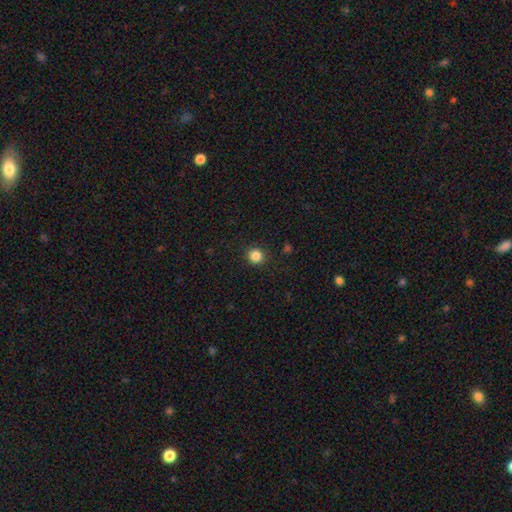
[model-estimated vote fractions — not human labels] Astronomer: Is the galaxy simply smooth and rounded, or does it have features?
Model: smooth — 85%.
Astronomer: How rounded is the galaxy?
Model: round — 93%.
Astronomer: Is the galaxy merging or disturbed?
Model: none — 92%.